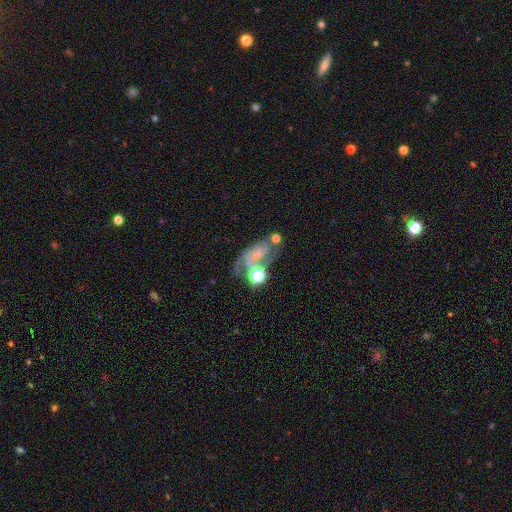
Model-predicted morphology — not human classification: type=featured or disk (60%); edge-on=no (95%); bar=no (63%); spiral arms=yes (77%); bulge=small (44%); merging=none (39%).